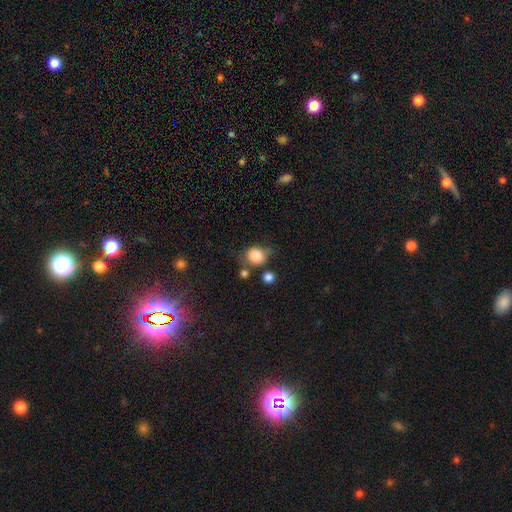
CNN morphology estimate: smooth_or_featured: smooth (p=0.81) [alt: star or artifact p=0.10]
how_rounded: round (p=0.74) [alt: in between p=0.25]
merging: none (p=0.54) [alt: minor disturbance p=0.25]